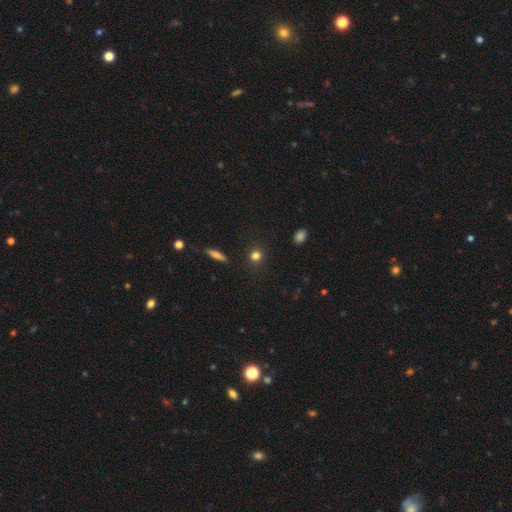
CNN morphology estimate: Smooth or featured?
  - smooth: 79% *
  - star or artifact: 14%
  - featured or disk: 6%
How rounded?
  - round: 86% *
  - in between: 12%
  - cigar-shaped: 2%
Merging?
  - none: 87% *
  - minor disturbance: 8%
  - major disturbance: 3%
  - merger: 2%